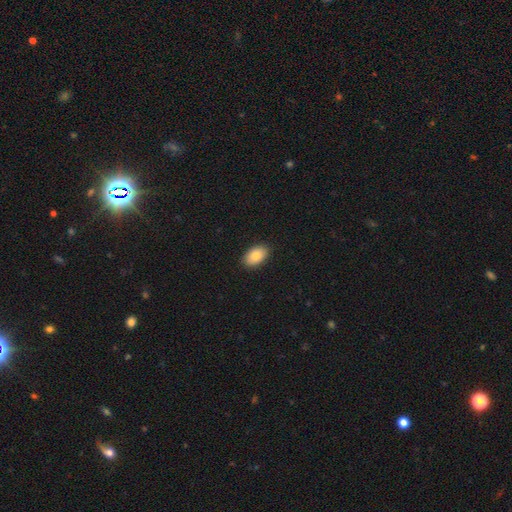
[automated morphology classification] type=smooth (85%); roundness=in between (93%); merging=none (90%).